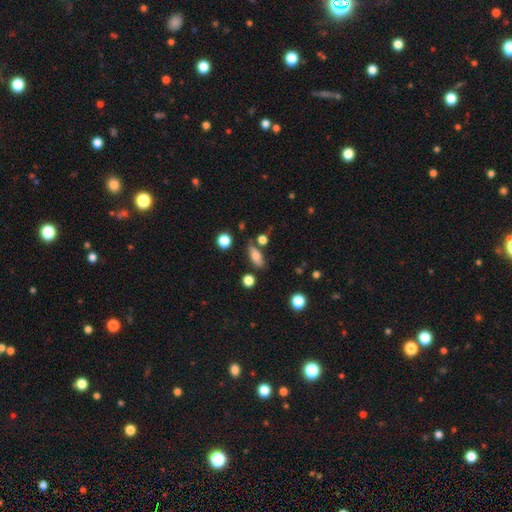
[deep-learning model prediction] The model was most divided on "how rounded": in between: 71%, cigar-shaped: 23%, round: 6%. More confident: merging — none (74%); smooth or featured — smooth (74%).